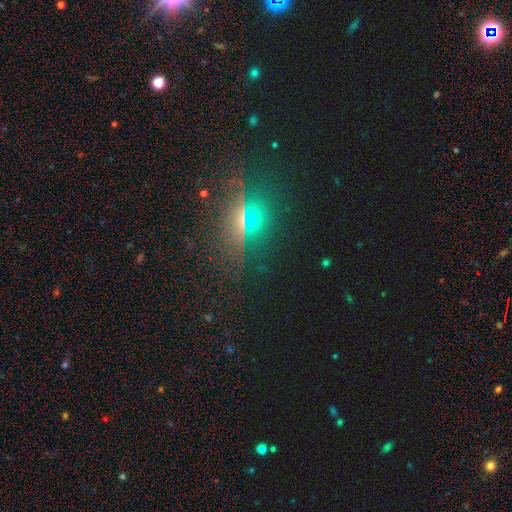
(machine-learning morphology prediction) Overall: star or artifact (42%; featured or disk 32%).